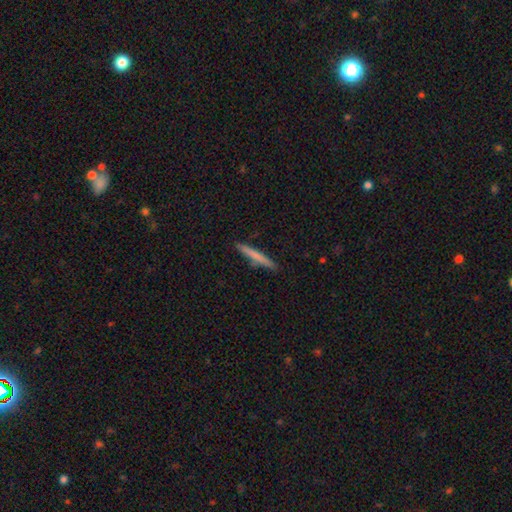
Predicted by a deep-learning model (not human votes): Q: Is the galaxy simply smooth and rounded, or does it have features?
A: smooth — 66%.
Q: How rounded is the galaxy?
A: cigar-shaped — 96%.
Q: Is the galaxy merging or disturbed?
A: none — 89%.